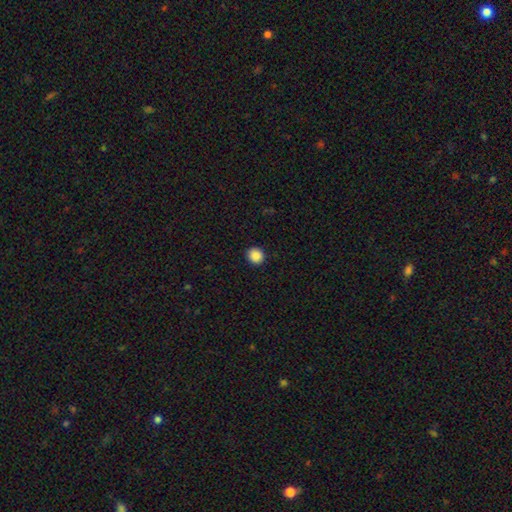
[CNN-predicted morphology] Smooth or featured? smooth (89%)
How rounded? round (87%)
Merging? none (92%)